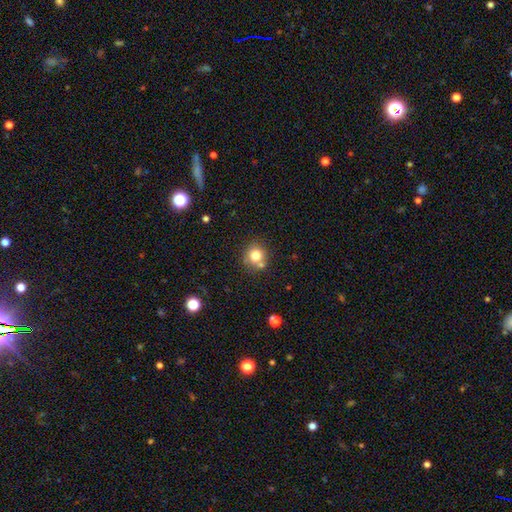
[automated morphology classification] Q: Smooth or featured?
A: smooth (77%); runner-up: star or artifact (12%)
Q: How rounded?
A: round (88%); runner-up: in between (11%)
Q: Merging?
A: none (67%); runner-up: merger (18%)